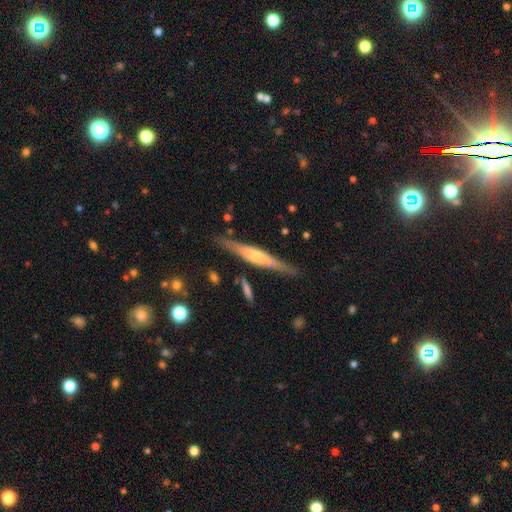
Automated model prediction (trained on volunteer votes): A featured or disk galaxy (72%) viewed edge-on (96%) with a rounded central bulge (77%). Merging: none (84%).